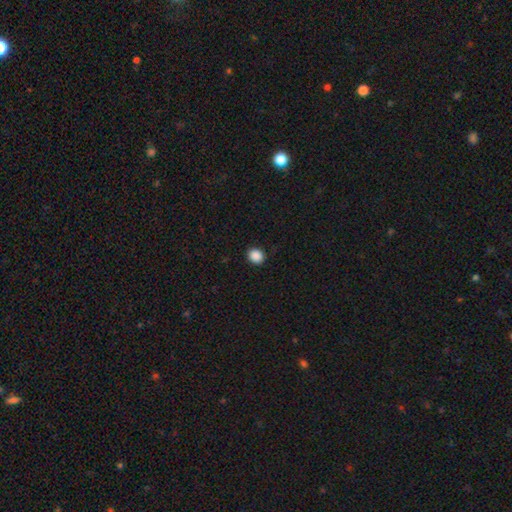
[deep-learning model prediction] Smooth or featured?
  - smooth: 88% *
  - star or artifact: 9%
  - featured or disk: 2%
How rounded?
  - round: 74% *
  - in between: 25%
  - cigar-shaped: 1%
Merging?
  - none: 91% *
  - minor disturbance: 7%
  - major disturbance: 2%
  - merger: 1%